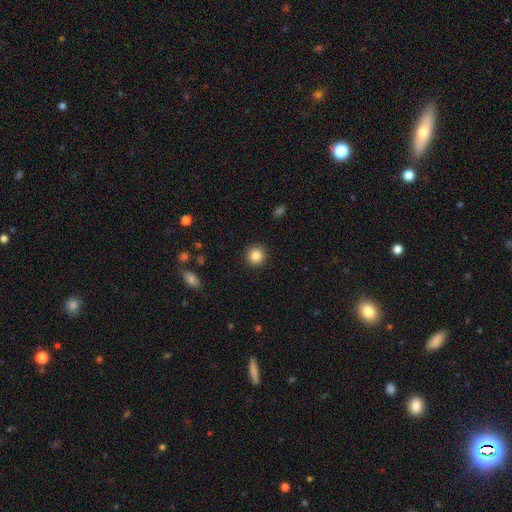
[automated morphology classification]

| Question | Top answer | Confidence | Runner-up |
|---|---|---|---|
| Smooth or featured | smooth | 85% | star or artifact (10%) |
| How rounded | round | 94% | in between (5%) |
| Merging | none | 92% | minor disturbance (5%) |